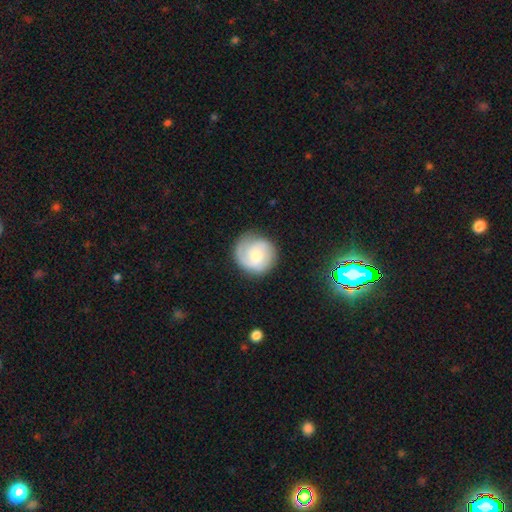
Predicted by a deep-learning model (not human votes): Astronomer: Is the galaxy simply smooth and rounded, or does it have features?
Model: featured or disk — 59% (runner-up: smooth, 35%).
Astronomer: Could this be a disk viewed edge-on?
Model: no — 98%.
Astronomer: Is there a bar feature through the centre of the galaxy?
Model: no — 65%.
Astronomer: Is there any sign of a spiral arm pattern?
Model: yes — 90%.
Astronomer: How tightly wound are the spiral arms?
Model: tight — 45% (runner-up: medium, 39%).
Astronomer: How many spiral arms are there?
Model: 2 — 57%.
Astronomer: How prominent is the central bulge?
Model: moderate — 51% (runner-up: small, 40%).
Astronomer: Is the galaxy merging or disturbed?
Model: none — 80%.